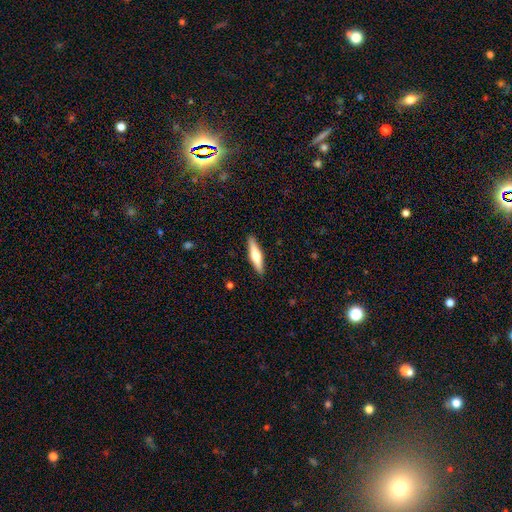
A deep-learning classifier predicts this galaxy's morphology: The model was most divided on "smooth or featured": featured or disk: 48%, smooth: 47%, star or artifact: 5%. More confident: merging — none (91%).